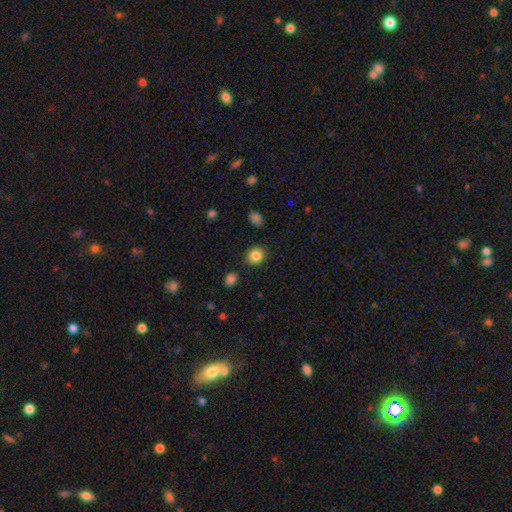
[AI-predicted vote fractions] The model was most divided on "how rounded": round: 72%, in between: 27%, cigar-shaped: 1%. More confident: merging — none (86%); smooth or featured — smooth (84%).